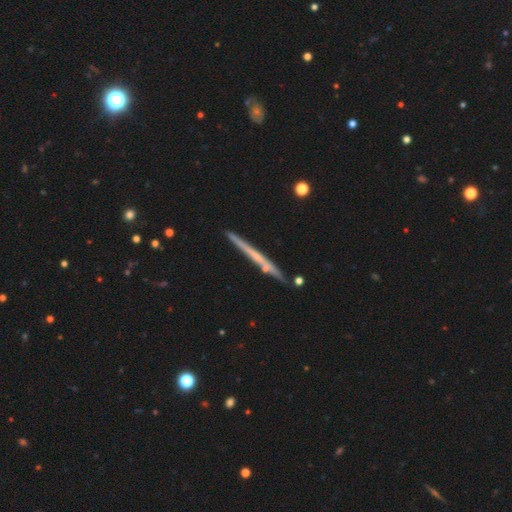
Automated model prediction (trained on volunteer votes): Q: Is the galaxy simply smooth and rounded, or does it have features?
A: featured or disk — 59%.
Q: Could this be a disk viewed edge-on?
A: yes — 97%.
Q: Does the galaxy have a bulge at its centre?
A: none — 83%.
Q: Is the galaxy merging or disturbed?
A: none — 85%.